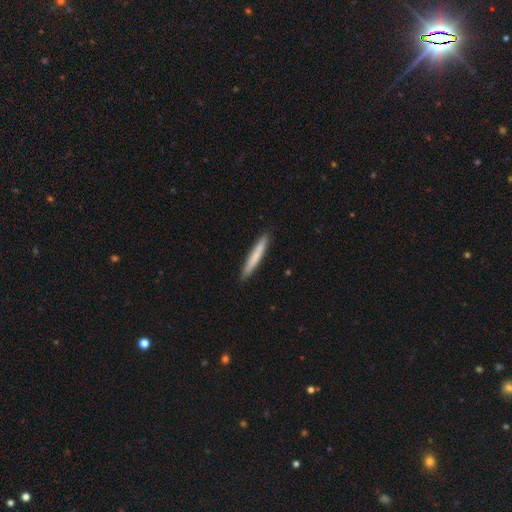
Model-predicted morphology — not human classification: Overall: smooth (73%). How rounded: cigar-shaped (96%). Merging: none (91%).